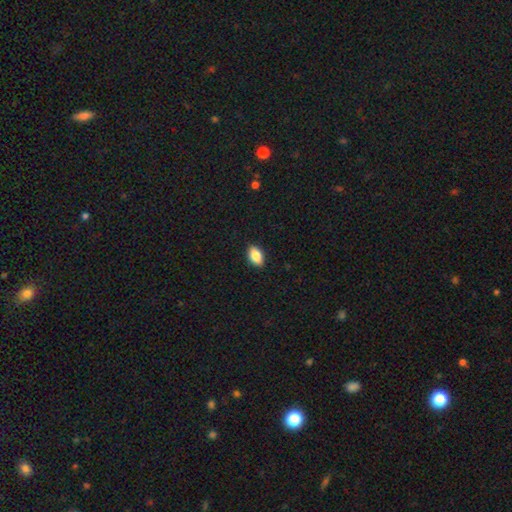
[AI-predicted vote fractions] Smooth or featured?
  - smooth: 85% *
  - star or artifact: 7%
  - featured or disk: 7%
How rounded?
  - in between: 91% *
  - round: 7%
  - cigar-shaped: 2%
Merging?
  - none: 89% *
  - minor disturbance: 8%
  - major disturbance: 2%
  - merger: 1%